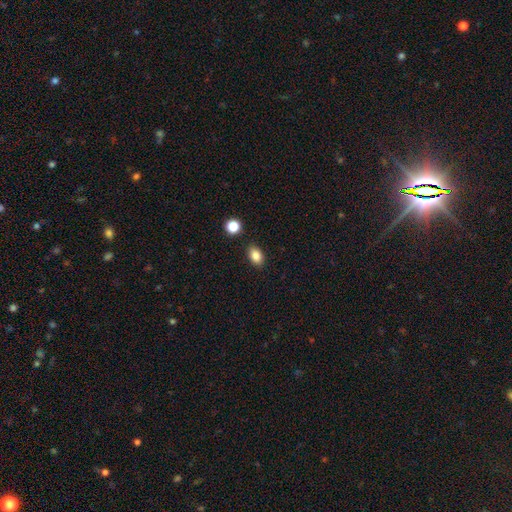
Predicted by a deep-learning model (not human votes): This is clearly a smooth galaxy (85%). How rounded: clearly in between (82%). Merging: clearly none (87%).